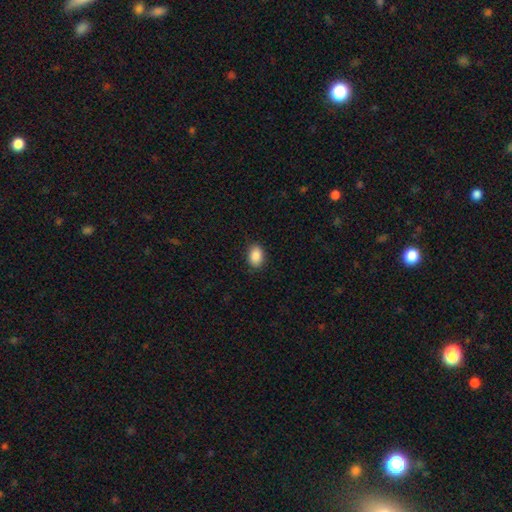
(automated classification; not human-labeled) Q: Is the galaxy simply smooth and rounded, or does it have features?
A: smooth — 89%.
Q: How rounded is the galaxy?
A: in between — 81%.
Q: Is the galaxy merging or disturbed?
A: none — 87%.